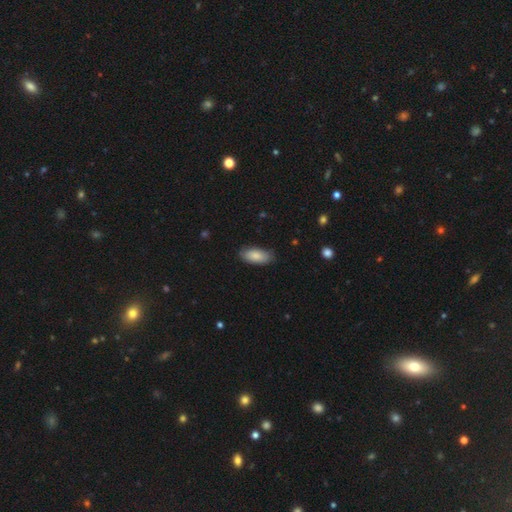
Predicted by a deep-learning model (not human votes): Smooth or featured: smooth — 85% (featured or disk — 9%)
How rounded: in between — 89% (cigar-shaped — 9%)
Merging: none — 82% (minor disturbance — 15%)